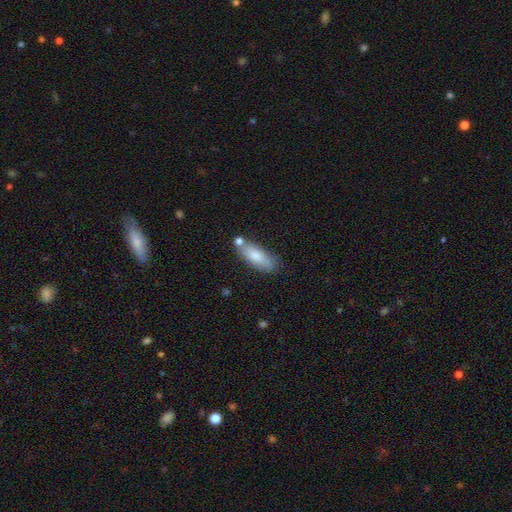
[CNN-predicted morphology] A smooth galaxy with no disk features (76%) that is in between round and cigar-shaped (67%). Merging: none (63%).